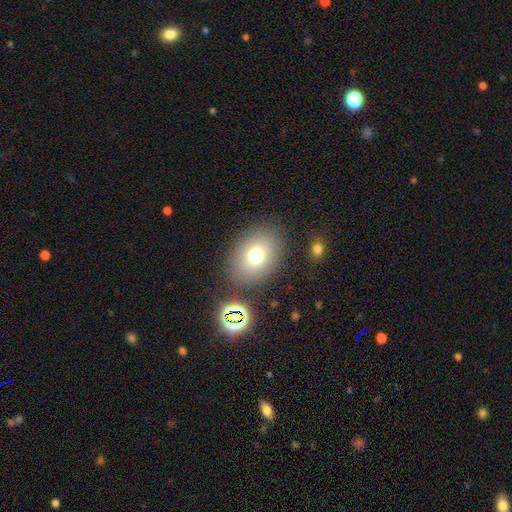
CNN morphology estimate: smooth_or_featured: smooth (p=0.75) [alt: star or artifact p=0.13]
how_rounded: in between (p=0.69) [alt: round p=0.30]
merging: none (p=0.82) [alt: minor disturbance p=0.10]